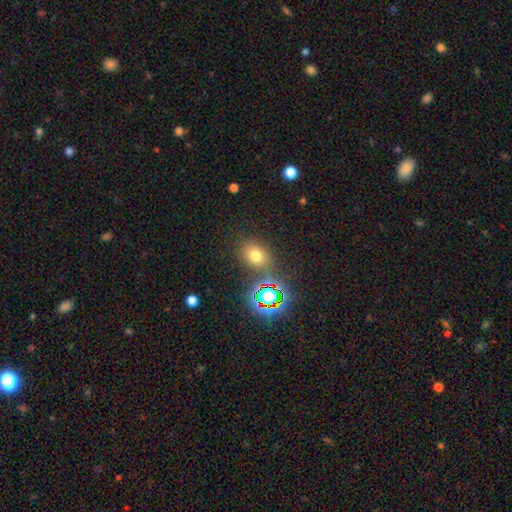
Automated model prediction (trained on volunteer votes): A smooth galaxy with no disk features (63%) that is in between round and cigar-shaped (49%, tied with round).

Vote fractions:
- Smooth or featured? smooth: 63% / star or artifact: 27% / featured or disk: 10%
- How rounded? in between: 49% (tied) / round: 49% (tied) / cigar-shaped: 2%
- Merging? none: 73% / minor disturbance: 13% / merger: 9% / major disturbance: 6%